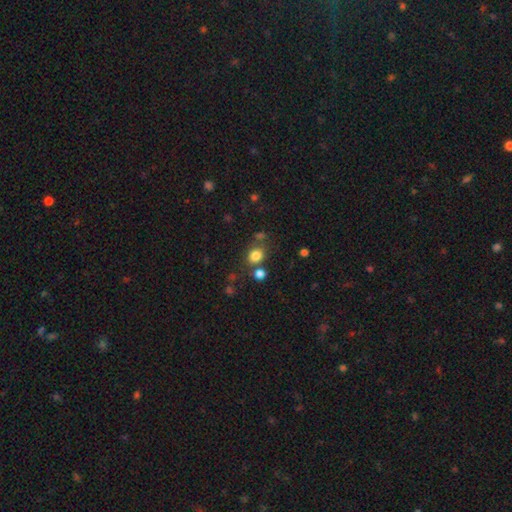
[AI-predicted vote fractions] smooth_or_featured: smooth (p=0.81) [alt: star or artifact p=0.13]
how_rounded: round (p=0.68) [alt: in between p=0.31]
merging: none (p=0.68) [alt: merger p=0.16]